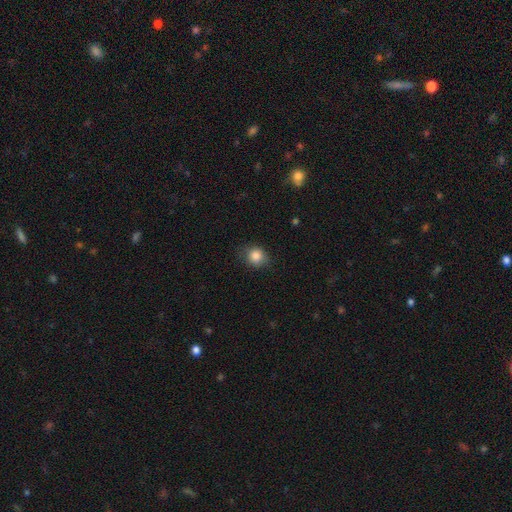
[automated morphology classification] Smooth or featured: smooth — 84% (star or artifact — 10%)
How rounded: round — 76% (in between — 23%)
Merging: none — 77% (minor disturbance — 18%)